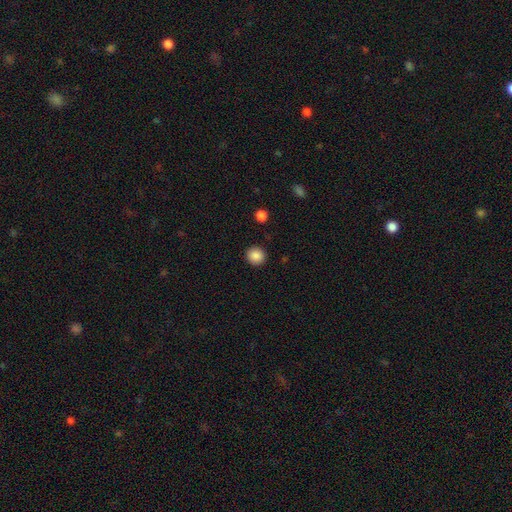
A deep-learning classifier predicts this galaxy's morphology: smooth_or_featured: smooth (p=0.88) [alt: star or artifact p=0.09]
how_rounded: round (p=0.91) [alt: in between p=0.09]
merging: none (p=0.91) [alt: minor disturbance p=0.05]